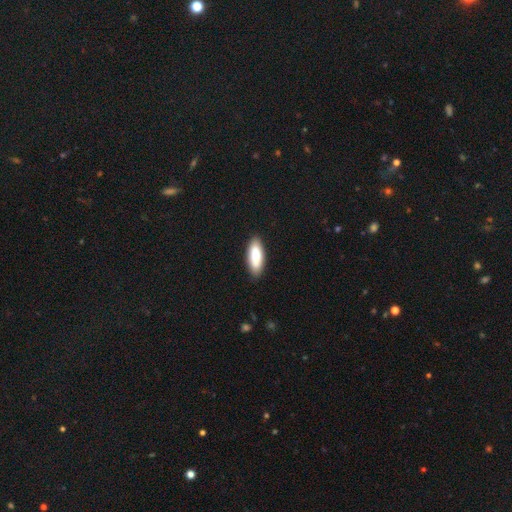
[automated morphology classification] Overall: smooth (82%). How rounded: in between (76%). Merging: none (88%).